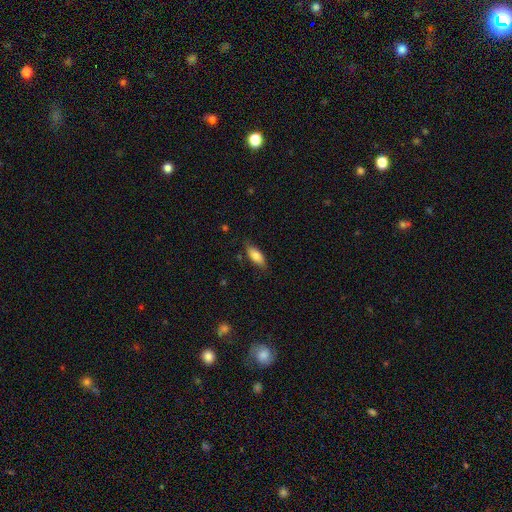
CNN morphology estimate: A smooth galaxy with no disk features (81%) that is in between round and cigar-shaped (83%). Merging: none (78%).